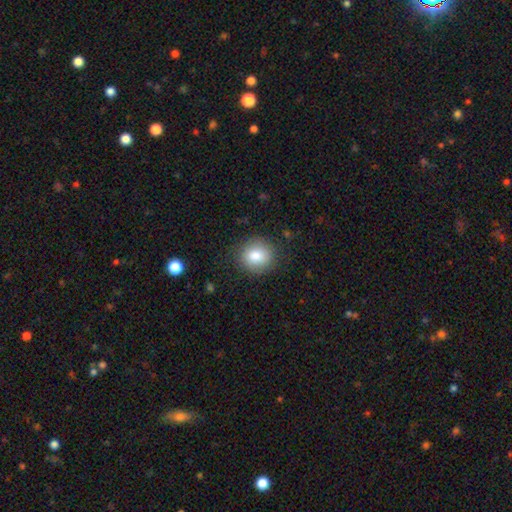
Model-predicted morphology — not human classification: This appears to be a smooth galaxy with no disk features (83%) that is round (81%). Merging: none (84%).